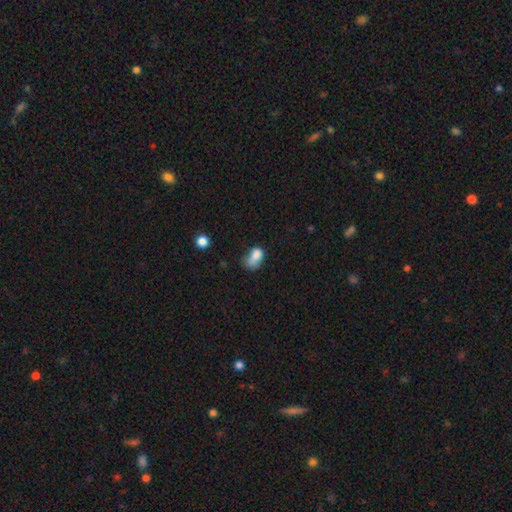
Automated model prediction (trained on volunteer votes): A smooth galaxy with no disk features (77%) that is in between round and cigar-shaped (82%).

Vote fractions:
- Smooth or featured? smooth: 77% / featured or disk: 12% / star or artifact: 11%
- How rounded? in between: 82% / round: 17% / cigar-shaped: 2%
- Merging? minor disturbance: 34% / major disturbance: 29% / none: 25% / merger: 13%